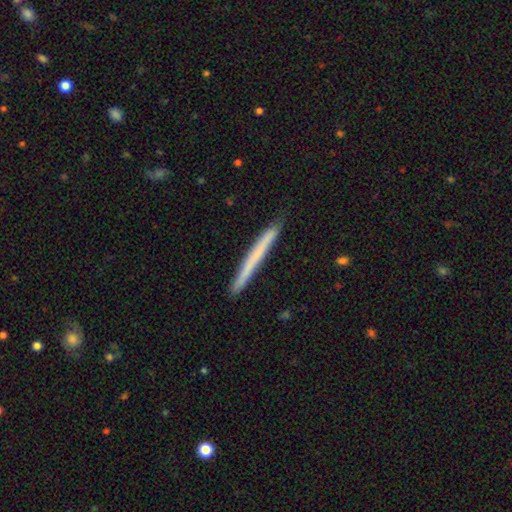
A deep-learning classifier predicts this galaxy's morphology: smooth_or_featured: smooth (p=0.58) [alt: featured or disk p=0.37]
how_rounded: cigar-shaped (p=0.97) [alt: in between p=0.01]
merging: none (p=0.90) [alt: minor disturbance p=0.08]